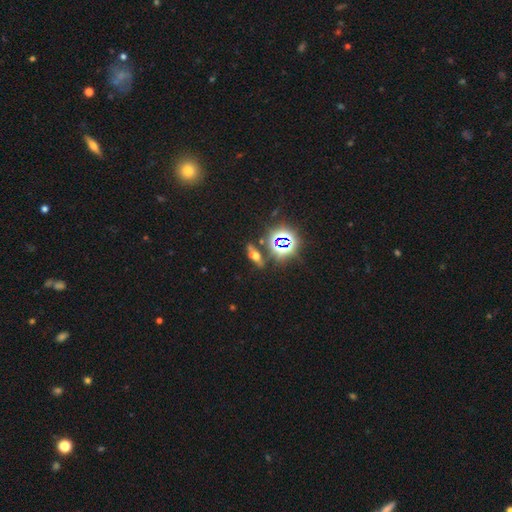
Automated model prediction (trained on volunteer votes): Smooth or featured? Predicted: star or artifact (p=0.40).